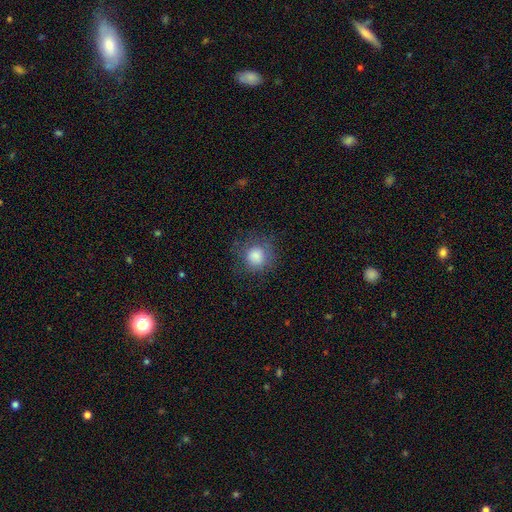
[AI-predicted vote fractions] Morphology: type=smooth (83%); roundness=round (90%); merging=none (78%).